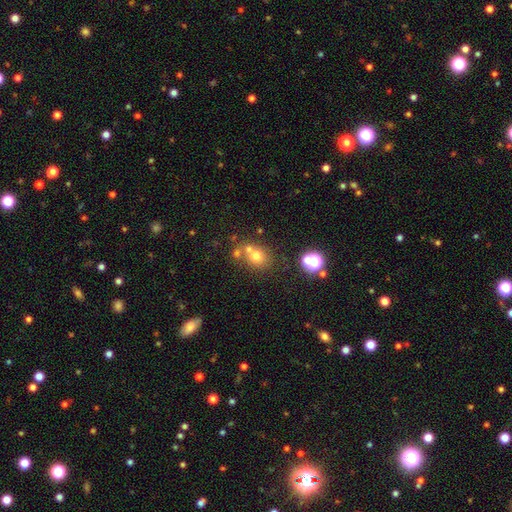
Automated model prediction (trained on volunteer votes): Smooth or featured? Predicted: smooth (p=0.66). How rounded? Predicted: round (p=0.77). Merging? Predicted: none (p=0.51).